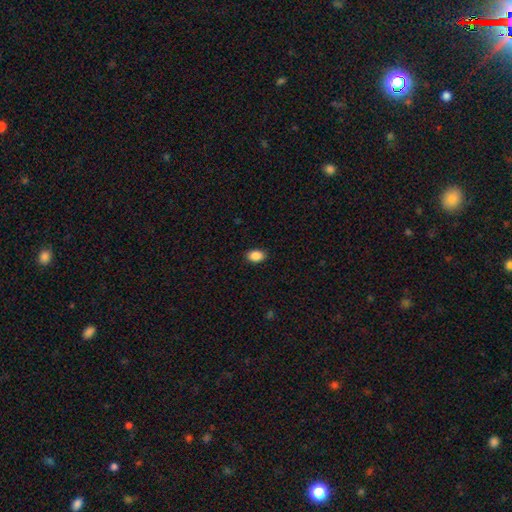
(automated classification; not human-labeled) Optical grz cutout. It shows a smooth galaxy with no disk features (89%) that is in between round and cigar-shaped (81%). Merging: none (88%).